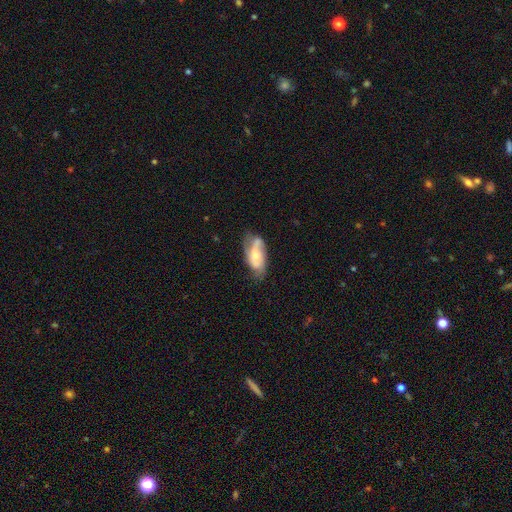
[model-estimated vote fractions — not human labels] Smooth or featured? featured or disk (52%)
Edge-on disk? no (89%)
Merging? none (51%)